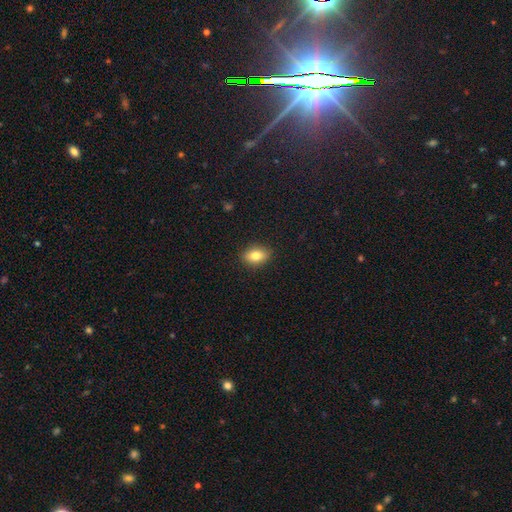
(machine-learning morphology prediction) smooth-or-featured: smooth: 81% | featured or disk: 11% | star or artifact: 9%
  how-rounded: in between: 79% | round: 19% | cigar-shaped: 2%
  merging: none: 90% | minor disturbance: 8% | major disturbance: 2% | merger: 1%